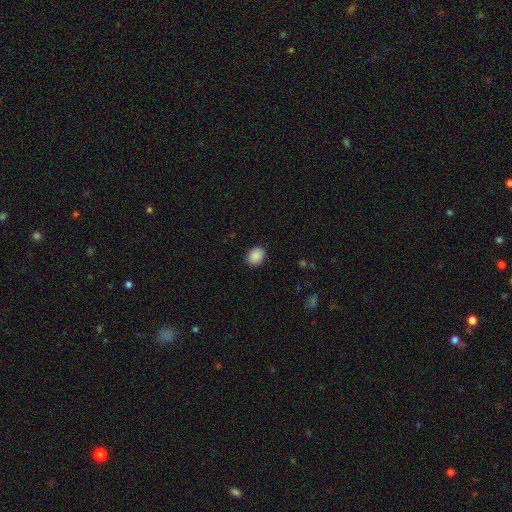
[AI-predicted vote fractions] Smooth or featured: smooth — 89% (star or artifact — 8%)
How rounded: round — 50% (in between — 49%)
Merging: none — 88% (minor disturbance — 9%)